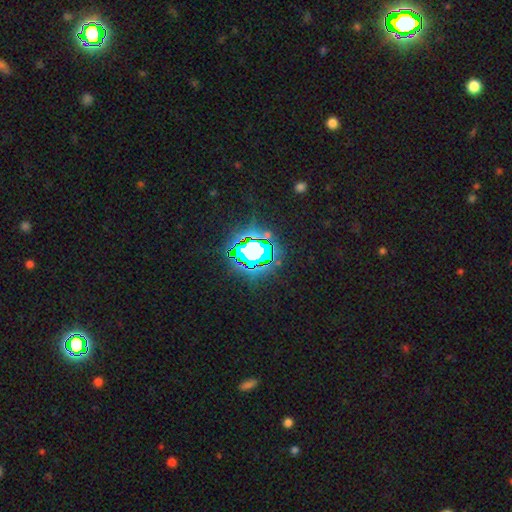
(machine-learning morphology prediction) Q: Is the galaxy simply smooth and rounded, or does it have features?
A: star or artifact — 72%.